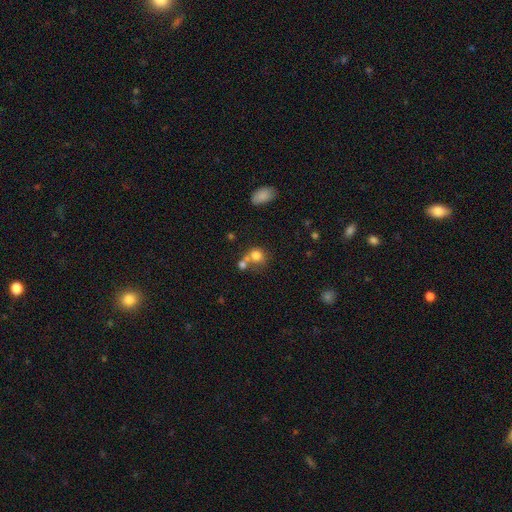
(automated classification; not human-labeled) This is likely a smooth galaxy (77%). How rounded: likely round (71%). Merging: marginally merger (43%).